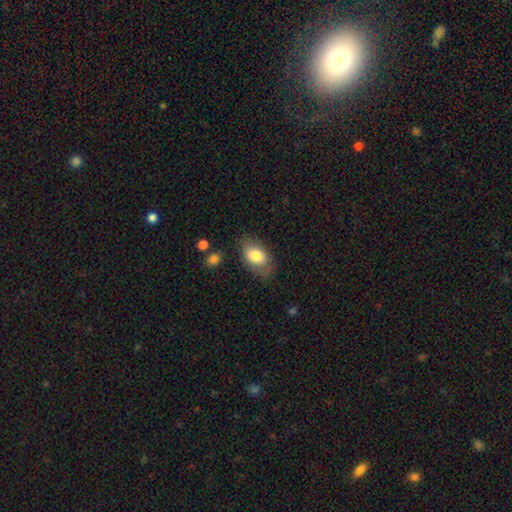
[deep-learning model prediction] Smooth or featured? Predicted: smooth (p=0.79). How rounded? Predicted: in between (p=0.89). Merging? Predicted: none (p=0.69).